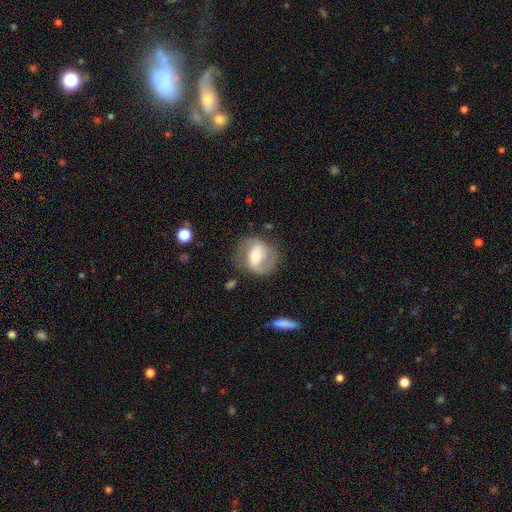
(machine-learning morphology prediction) A featured or disk galaxy (74%) with a weak bar (41%), 2 (85%) medium (49%) spiral arms (87%) and a moderate central bulge (62%). Merging: none (75%).